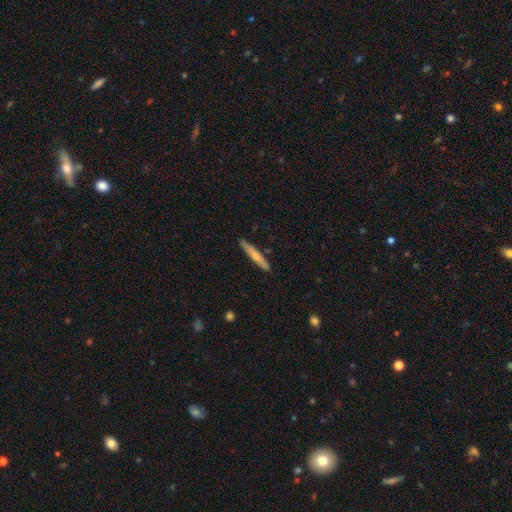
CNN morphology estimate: smooth-or-featured: smooth: 64% | featured or disk: 31% | star or artifact: 5%
  how-rounded: cigar-shaped: 94% | in between: 4% | round: 1%
  merging: none: 87% | minor disturbance: 10% | merger: 2% | major disturbance: 2%